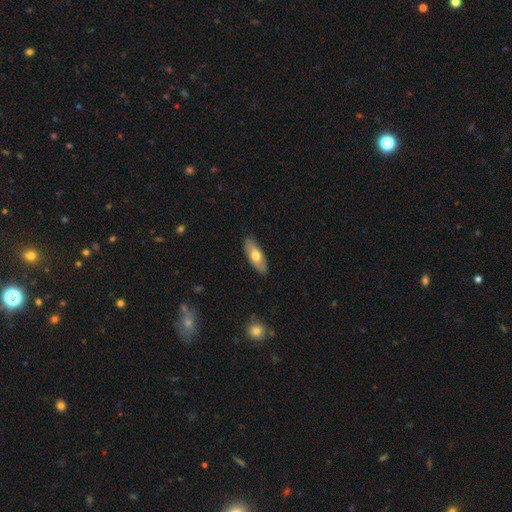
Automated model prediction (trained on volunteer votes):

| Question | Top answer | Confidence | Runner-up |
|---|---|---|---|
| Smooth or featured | smooth | 64% | featured or disk (31%) |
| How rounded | in between | 72% | cigar-shaped (25%) |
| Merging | none | 87% | minor disturbance (10%) |